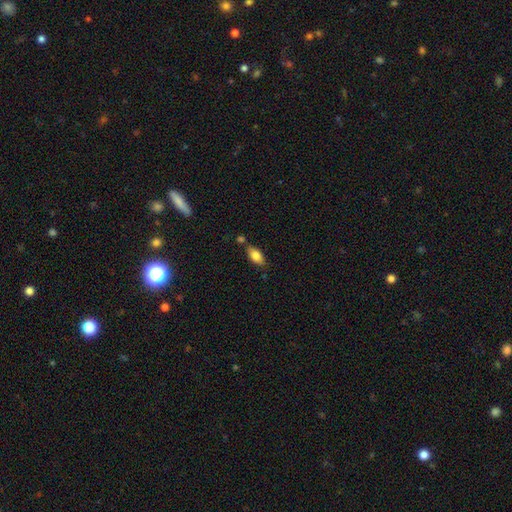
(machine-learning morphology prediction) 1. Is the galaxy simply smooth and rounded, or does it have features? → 81% smooth, 12% featured or disk, 7% star or artifact.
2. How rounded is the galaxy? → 89% in between, 8% cigar-shaped, 3% round.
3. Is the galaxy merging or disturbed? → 70% none, 15% minor disturbance, 12% merger, 3% major disturbance.